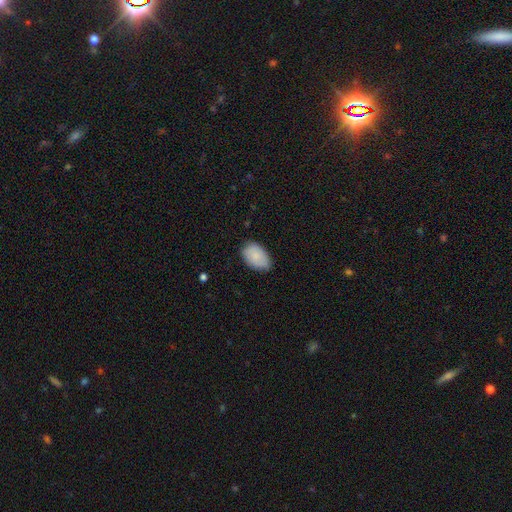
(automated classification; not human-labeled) This is clearly a smooth galaxy (85%). How rounded: clearly in between (90%). Merging: likely none (73%).